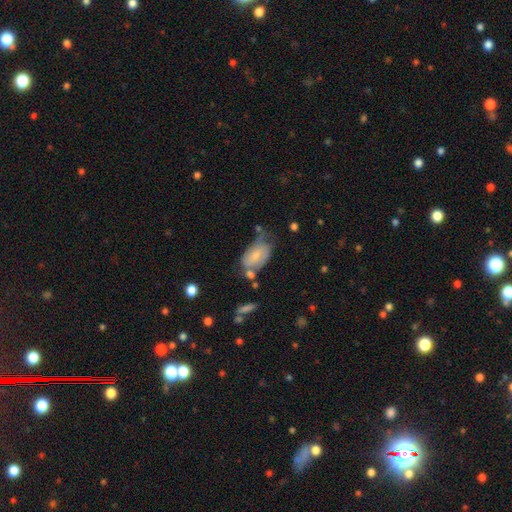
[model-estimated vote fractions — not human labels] Smooth or featured? Predicted: smooth (p=0.54). How rounded? Predicted: in between (p=0.90). Merging? Predicted: none (p=0.41).